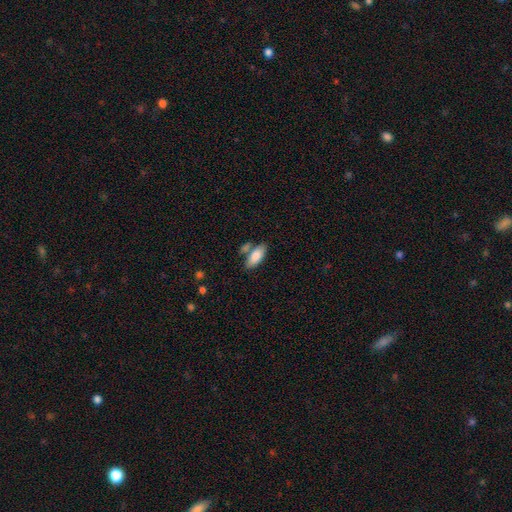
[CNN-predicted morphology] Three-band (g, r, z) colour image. It shows a smooth galaxy with no disk features (85%) that is in between round and cigar-shaped (86%). Merging: none (60%).